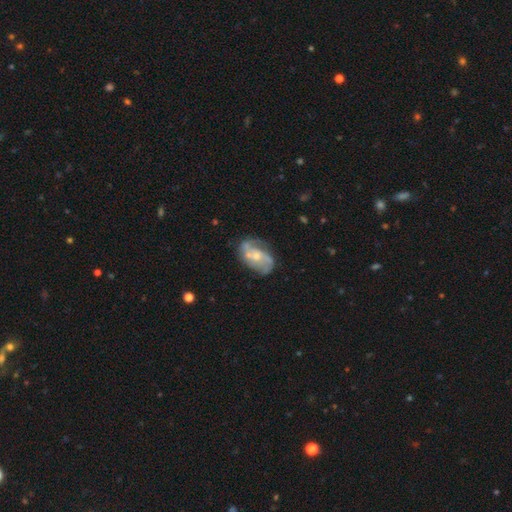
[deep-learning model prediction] Smooth or featured: featured or disk — 77% (smooth — 16%)
Edge-on disk: no — 97% (yes — 3%)
Bar: no — 55% (weak — 36%)
Spiral arms: yes — 86% (no — 14%)
Spiral winding: loose — 42% (medium — 41%)
Spiral arm count: 2 — 79% (can't tell — 11%)
Bulge size: moderate — 46% (tied with small — 46%)
Merging: none — 62% (minor disturbance — 22%)